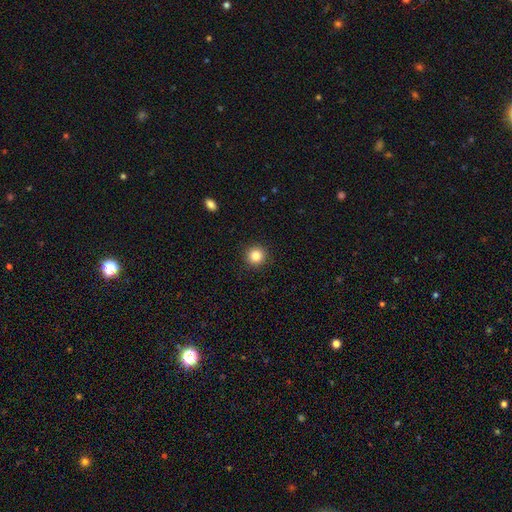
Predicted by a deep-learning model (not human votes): A smooth galaxy with no disk features (83%) that is round (95%). Merging: none (92%).